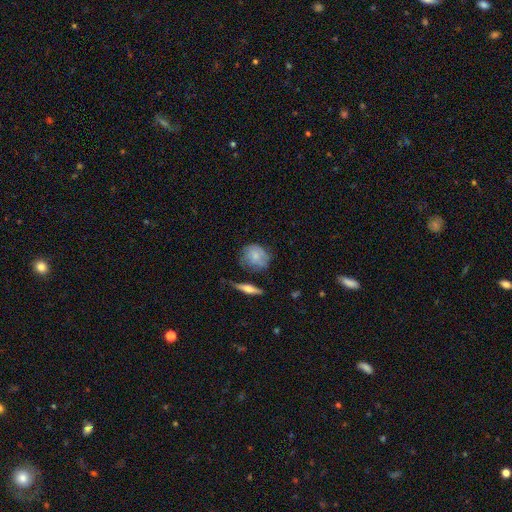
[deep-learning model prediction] Q: Smooth or featured?
A: smooth (65%); runner-up: featured or disk (28%)
Q: How rounded?
A: round (71%); runner-up: in between (26%)
Q: Merging?
A: none (58%); runner-up: minor disturbance (29%)